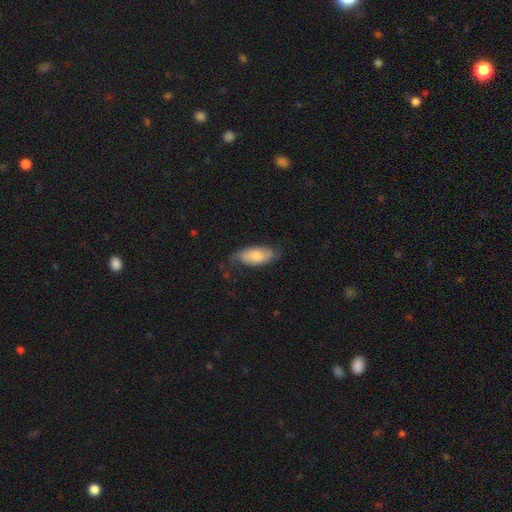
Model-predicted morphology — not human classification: Smooth or featured: smooth — 63% (featured or disk — 31%)
How rounded: in between — 90% (cigar-shaped — 7%)
Merging: none — 59% (minor disturbance — 29%)